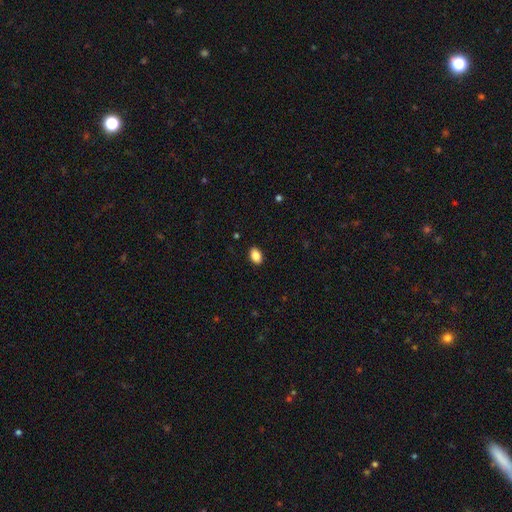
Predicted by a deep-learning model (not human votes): smooth 87%, star or artifact 8%, featured or disk 4%. Down the decision tree: how rounded — in between (84%); merging — none (90%).